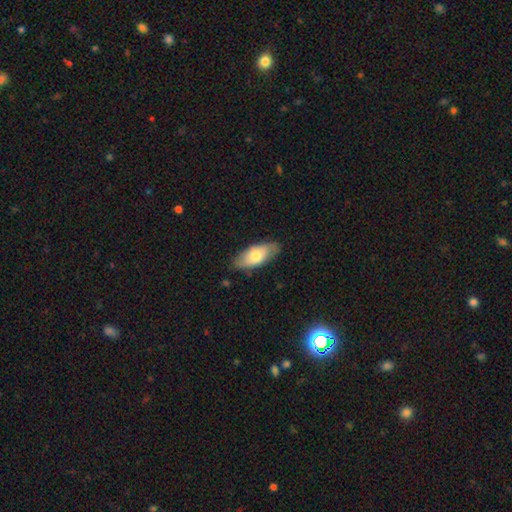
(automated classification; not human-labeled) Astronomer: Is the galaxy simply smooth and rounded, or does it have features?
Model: smooth — 68%.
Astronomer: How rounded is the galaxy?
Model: in between — 86%.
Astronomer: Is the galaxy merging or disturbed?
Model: none — 77%.